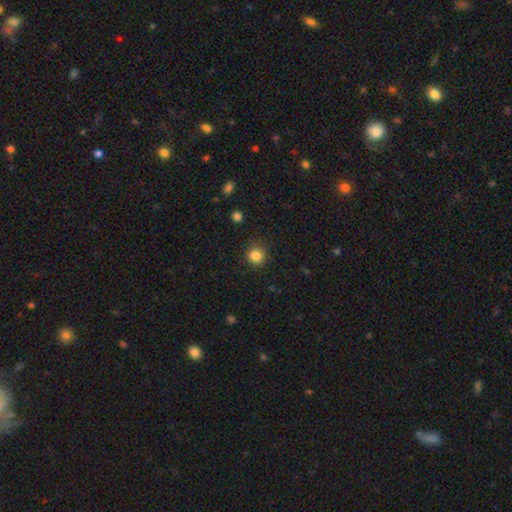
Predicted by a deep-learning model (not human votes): Overall: smooth (85%). How rounded: round (90%). Merging: none (87%).